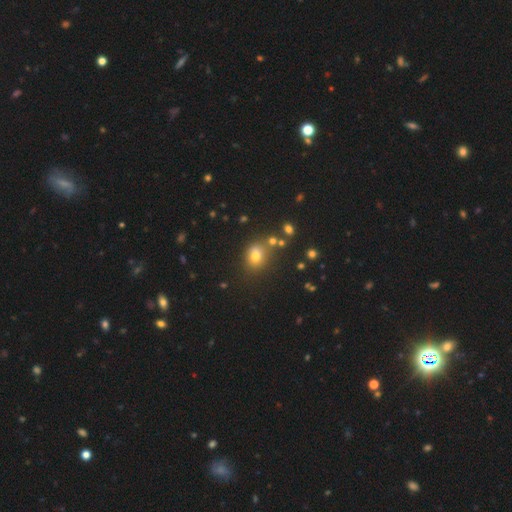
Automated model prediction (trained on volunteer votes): smooth 73%, star or artifact 17%, featured or disk 10%. Down the decision tree: how rounded — round (56%); merging — none (72%).